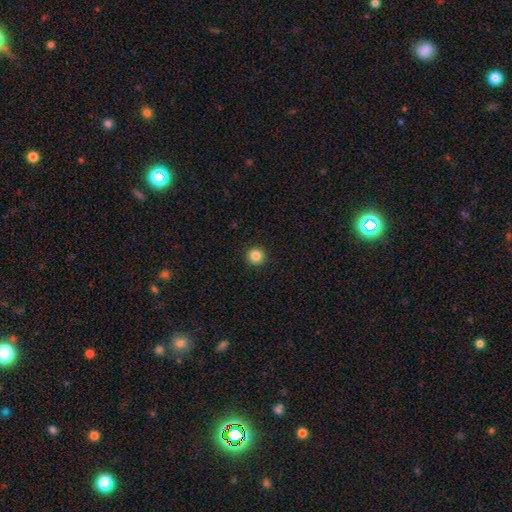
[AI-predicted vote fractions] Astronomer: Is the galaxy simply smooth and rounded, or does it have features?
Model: smooth — 84%.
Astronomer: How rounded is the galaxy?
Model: round — 96%.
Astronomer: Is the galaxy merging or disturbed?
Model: none — 93%.